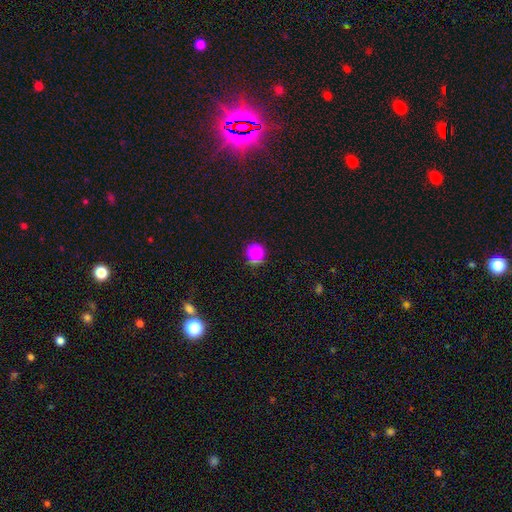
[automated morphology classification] This is likely a smooth galaxy (77%). How rounded: clearly round (92%). Merging: likely none (78%).